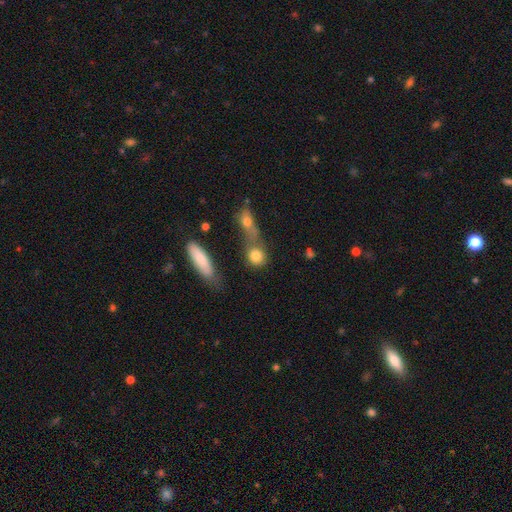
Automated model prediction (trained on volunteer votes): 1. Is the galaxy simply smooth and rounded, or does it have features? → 81% smooth, 10% featured or disk, 9% star or artifact.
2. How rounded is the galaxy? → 69% round, 24% in between, 7% cigar-shaped.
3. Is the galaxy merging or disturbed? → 45% none, 38% merger, 11% minor disturbance, 6% major disturbance.